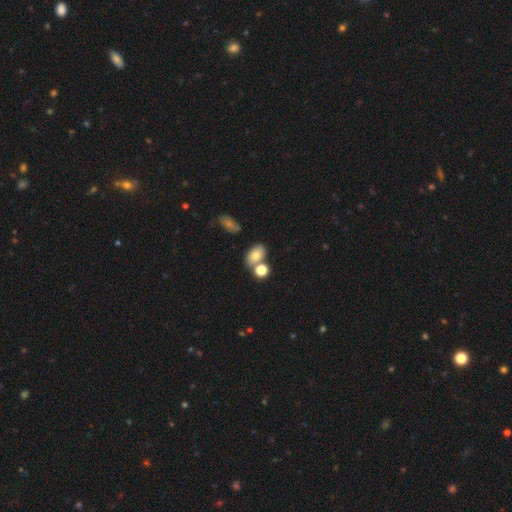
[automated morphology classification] This is likely a smooth galaxy (77%). How rounded: likely in between (73%). Merging: possibly none (53%).